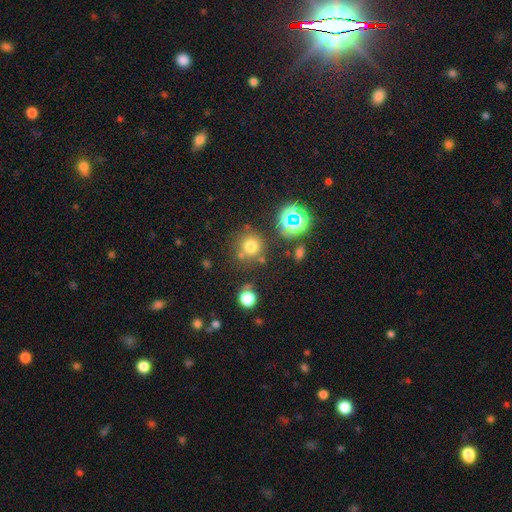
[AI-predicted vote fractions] A star or artifact, not a galaxy (49%).

Vote fractions:
- Smooth or featured? star or artifact: 49% / smooth: 44% / featured or disk: 8%